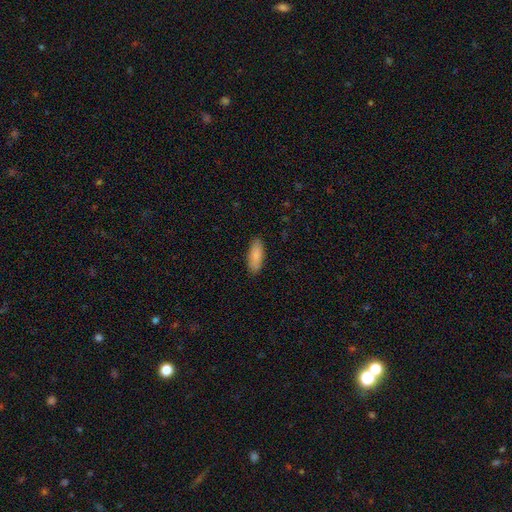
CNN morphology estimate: smooth 85%, featured or disk 9%, star or artifact 6%. Down the decision tree: how rounded — in between (69%); merging — none (88%).